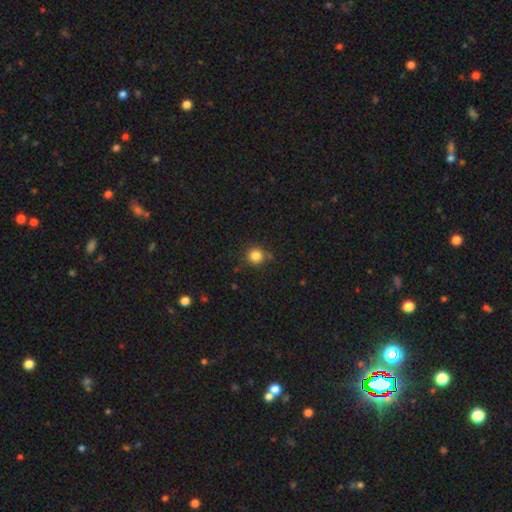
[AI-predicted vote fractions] This is clearly a smooth galaxy (84%). How rounded: clearly round (92%). Merging: clearly none (82%).